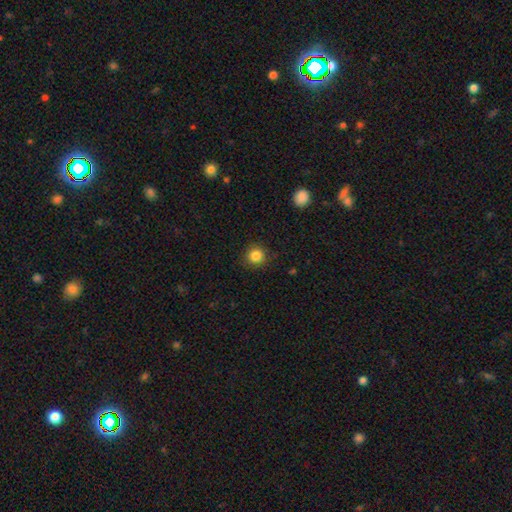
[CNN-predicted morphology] smooth-or-featured: smooth: 85% | star or artifact: 11% | featured or disk: 4%
  how-rounded: round: 93% | in between: 6% | cigar-shaped: 1%
  merging: none: 89% | minor disturbance: 7% | major disturbance: 2% | merger: 1%